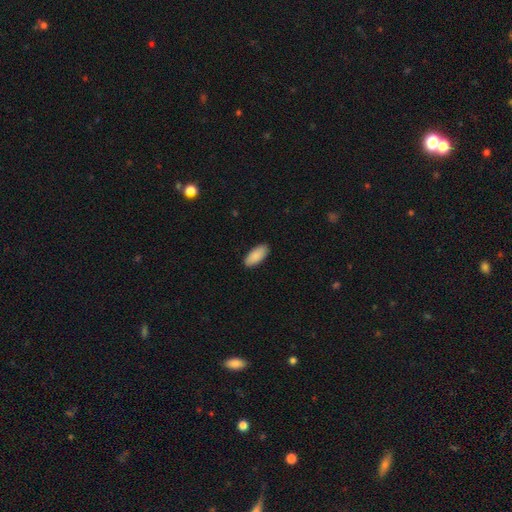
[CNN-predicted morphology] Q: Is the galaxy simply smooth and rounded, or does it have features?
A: smooth — 90%.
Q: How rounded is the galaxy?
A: in between — 90%.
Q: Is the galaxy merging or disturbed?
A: none — 89%.